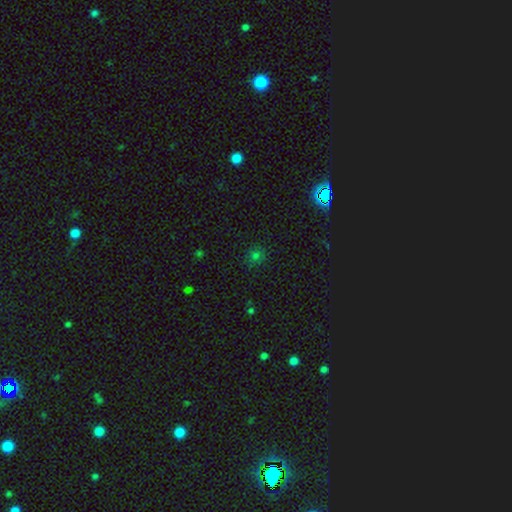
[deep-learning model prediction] A smooth galaxy with no disk features (70%) that is round (85%). Merging: none (84%).